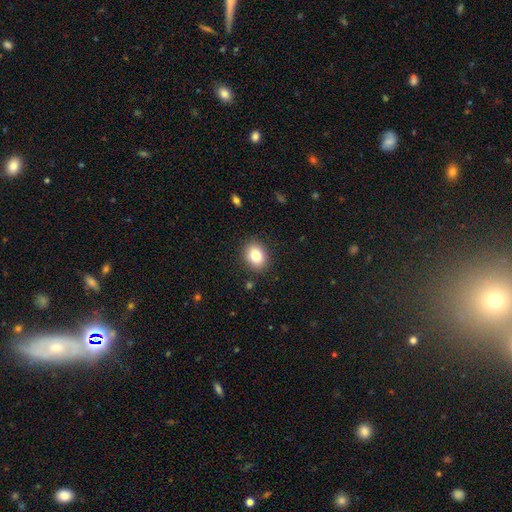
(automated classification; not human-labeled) Q: Smooth or featured?
A: smooth (83%); runner-up: star or artifact (9%)
Q: How rounded?
A: in between (56%); runner-up: round (43%)
Q: Merging?
A: none (88%); runner-up: minor disturbance (8%)